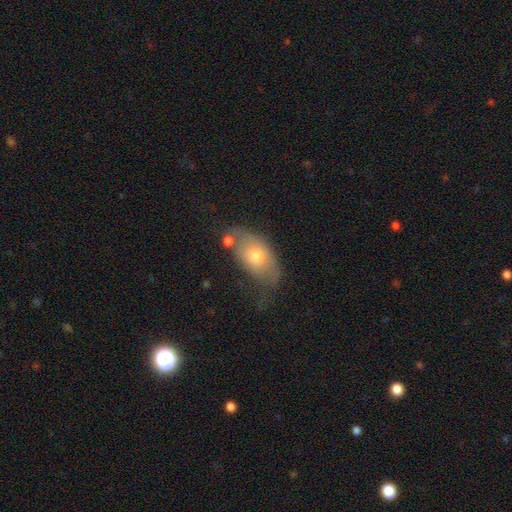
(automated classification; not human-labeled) This is likely a smooth galaxy (65%). How rounded: clearly in between (88%). Merging: marginally none (44%).